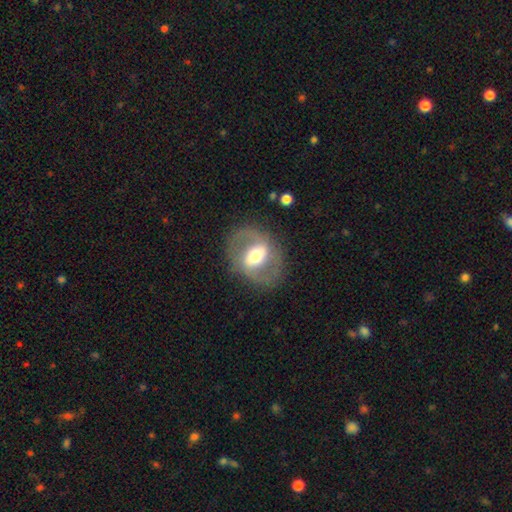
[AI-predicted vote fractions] Overall: featured or disk (73%). Edge-on disk: no (95%). Bar: strong (45%; weak 36%). Spiral arms: yes (67%; no 33%). Bulge size: moderate (60%; large 25%). Merging: none (79%).